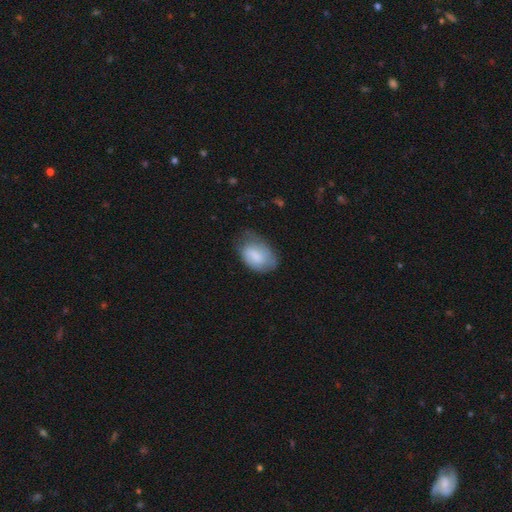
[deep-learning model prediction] Overall: smooth (77%). How rounded: in between (87%). Merging: none (45%; minor disturbance 39%).